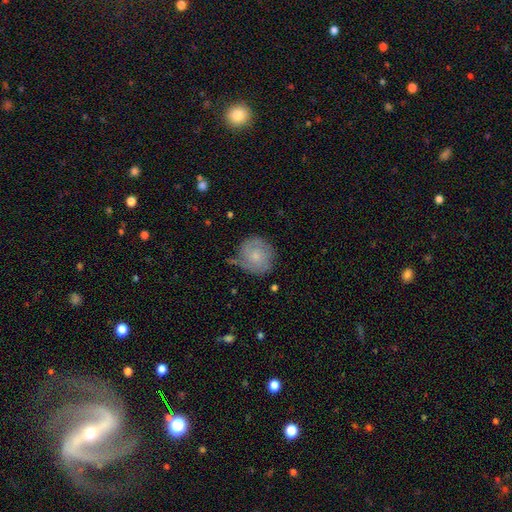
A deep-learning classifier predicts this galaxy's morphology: Smooth or featured? Predicted: smooth (p=0.53). How rounded? Predicted: round (p=0.87). Merging? Predicted: none (p=0.55).